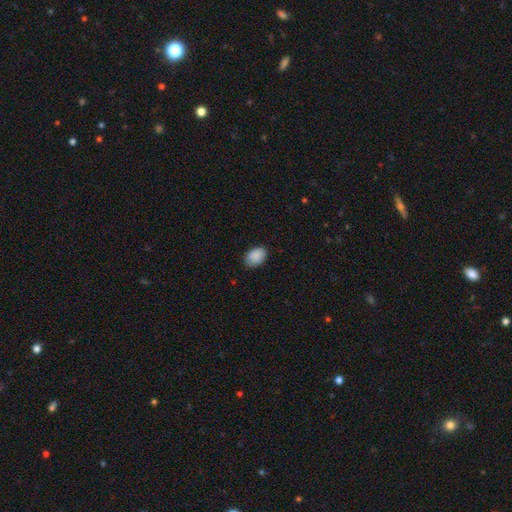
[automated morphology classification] Smooth or featured?
  - smooth: 89% *
  - star or artifact: 7%
  - featured or disk: 4%
How rounded?
  - in between: 81% *
  - round: 18%
  - cigar-shaped: 1%
Merging?
  - none: 80% *
  - minor disturbance: 16%
  - major disturbance: 3%
  - merger: 1%